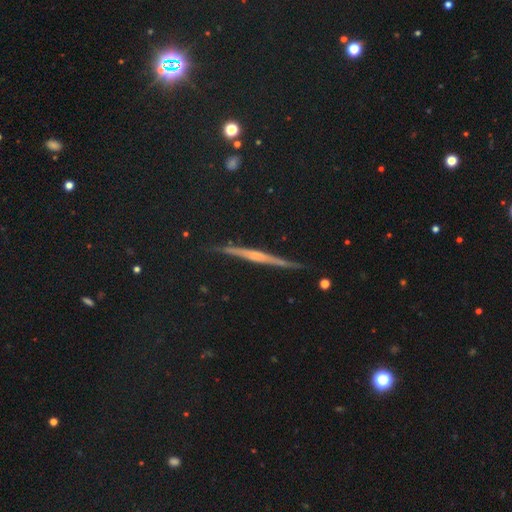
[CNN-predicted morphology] The model was most divided on "edge-on bulge": none: 42%, rounded: 40%, boxy: 17%. More confident: edge-on disk — yes (96%); merging — none (87%); smooth or featured — featured or disk (63%).